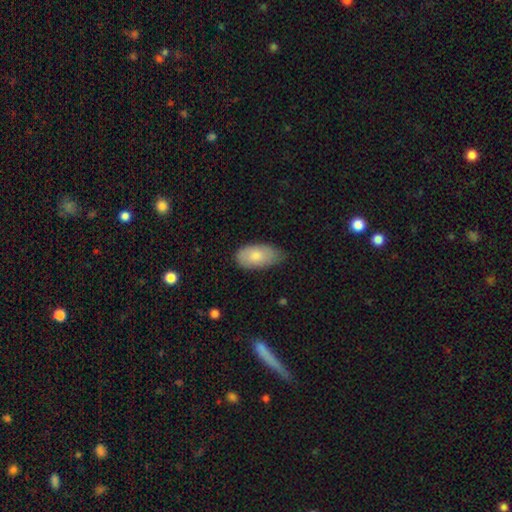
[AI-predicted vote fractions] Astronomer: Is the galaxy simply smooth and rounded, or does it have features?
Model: smooth — 80%.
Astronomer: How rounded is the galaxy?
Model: in between — 94%.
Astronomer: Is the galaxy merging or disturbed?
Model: none — 57% (runner-up: minor disturbance, 36%).